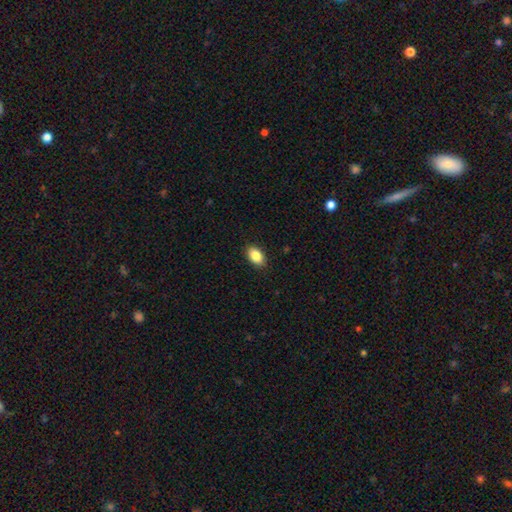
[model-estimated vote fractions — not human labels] Q: Smooth or featured?
A: smooth (87%); runner-up: star or artifact (8%)
Q: How rounded?
A: in between (89%); runner-up: round (9%)
Q: Merging?
A: none (89%); runner-up: minor disturbance (8%)